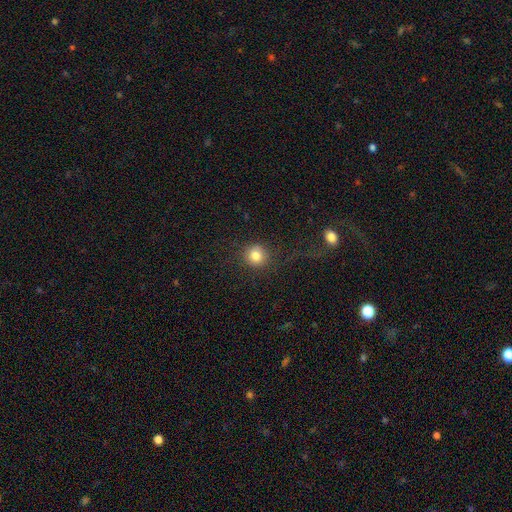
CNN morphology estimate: smooth_or_featured: smooth (p=0.82) [alt: star or artifact p=0.11]
how_rounded: round (p=0.92) [alt: in between p=0.07]
merging: none (p=0.85) [alt: minor disturbance p=0.07]